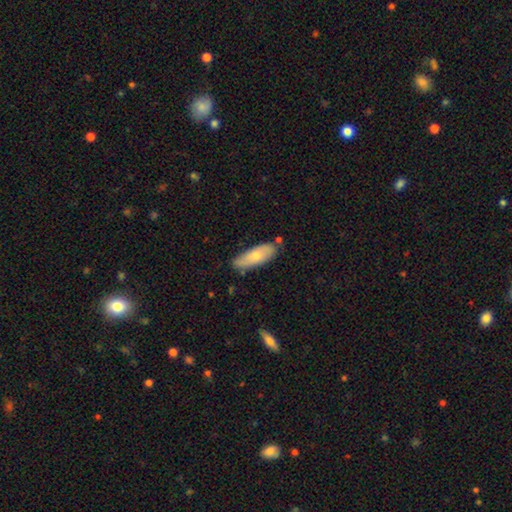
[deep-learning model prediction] smooth 72%, featured or disk 23%, star or artifact 6%. Down the decision tree: how rounded — in between (67%); merging — none (73%).